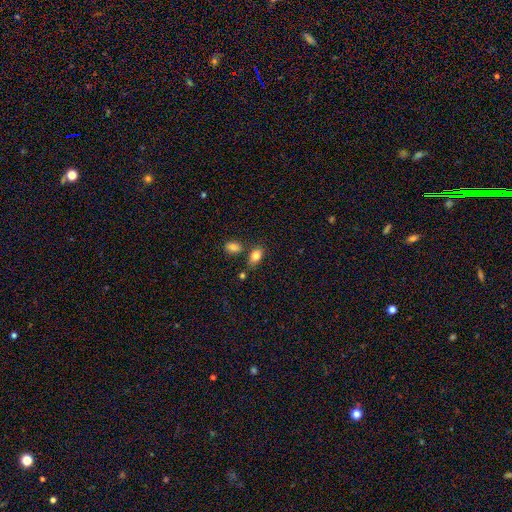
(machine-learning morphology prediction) The model was most divided on "merging": none: 67%, minor disturbance: 15%, merger: 13%, major disturbance: 4%. More confident: how rounded — in between (84%); smooth or featured — smooth (82%).